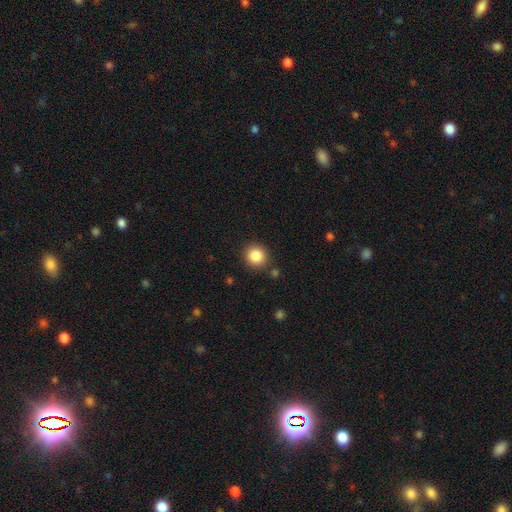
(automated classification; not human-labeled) This is clearly a smooth galaxy (86%). How rounded: clearly round (90%). Merging: clearly none (87%).